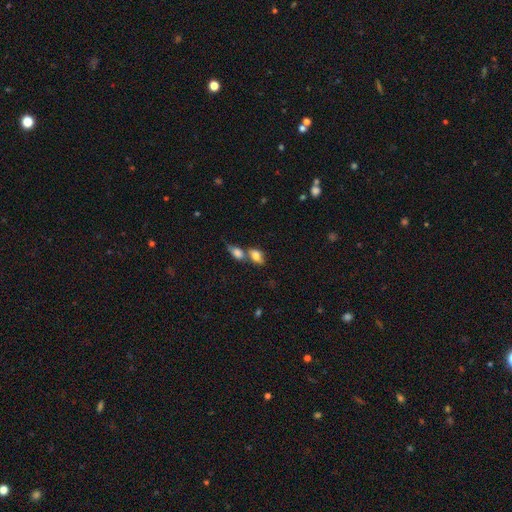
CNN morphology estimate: Smooth or featured? smooth (76%)
How rounded? in between (76%)
Merging? merger (62%)